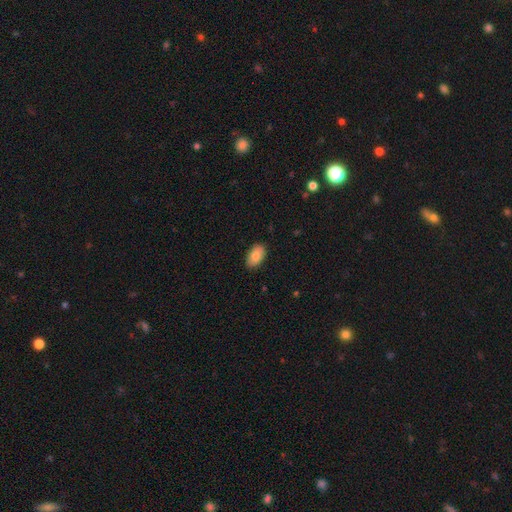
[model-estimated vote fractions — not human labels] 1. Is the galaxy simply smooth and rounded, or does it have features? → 83% smooth, 10% featured or disk, 6% star or artifact.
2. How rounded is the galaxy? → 94% in between, 4% round, 2% cigar-shaped.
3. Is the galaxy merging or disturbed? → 87% none, 10% minor disturbance, 2% major disturbance, 1% merger.